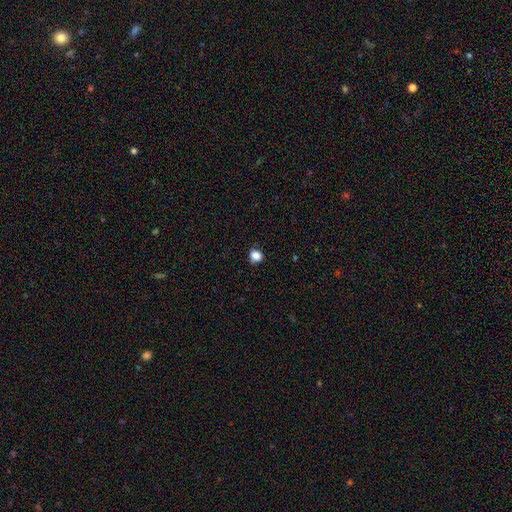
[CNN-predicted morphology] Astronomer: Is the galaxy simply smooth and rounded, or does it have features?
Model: smooth — 85%.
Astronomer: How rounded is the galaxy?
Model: round — 83%.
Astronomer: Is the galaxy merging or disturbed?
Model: none — 86%.